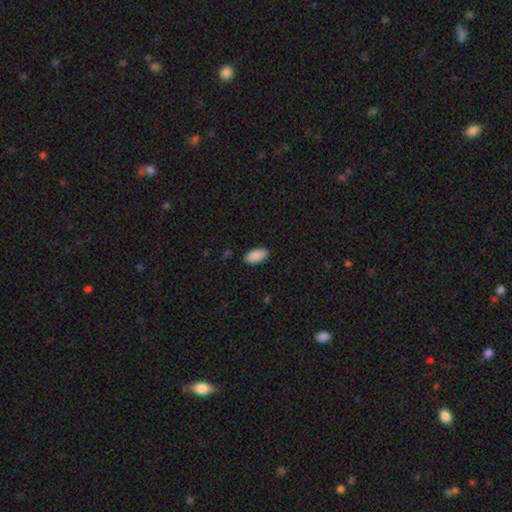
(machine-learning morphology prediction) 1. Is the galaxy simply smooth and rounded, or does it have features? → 91% smooth, 7% star or artifact, 3% featured or disk.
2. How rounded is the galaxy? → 94% in between, 3% cigar-shaped, 2% round.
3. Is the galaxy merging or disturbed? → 88% none, 9% minor disturbance, 2% major disturbance, 1% merger.